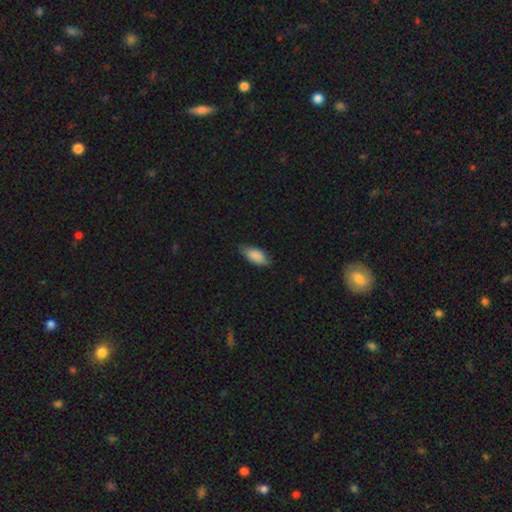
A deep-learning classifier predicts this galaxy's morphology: type=smooth (87%); roundness=in between (88%); merging=none (74%).